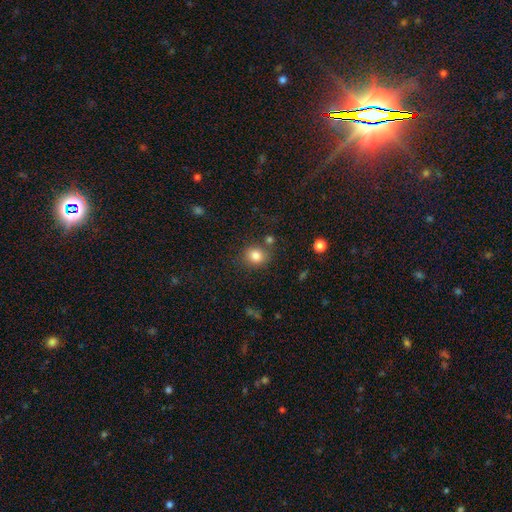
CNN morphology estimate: Smooth or featured?
  - smooth: 83% *
  - star or artifact: 11%
  - featured or disk: 6%
How rounded?
  - round: 75% *
  - in between: 24%
  - cigar-shaped: 1%
Merging?
  - none: 77% *
  - minor disturbance: 12%
  - merger: 8%
  - major disturbance: 4%